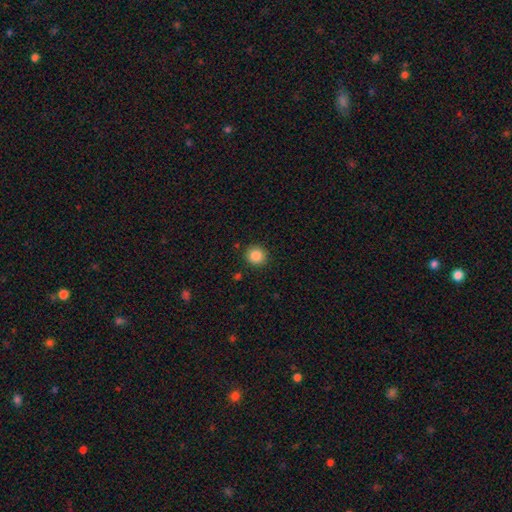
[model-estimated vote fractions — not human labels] The model was most divided on "smooth or featured": smooth: 86%, star or artifact: 10%, featured or disk: 4%. More confident: how rounded — round (90%); merging — none (90%).